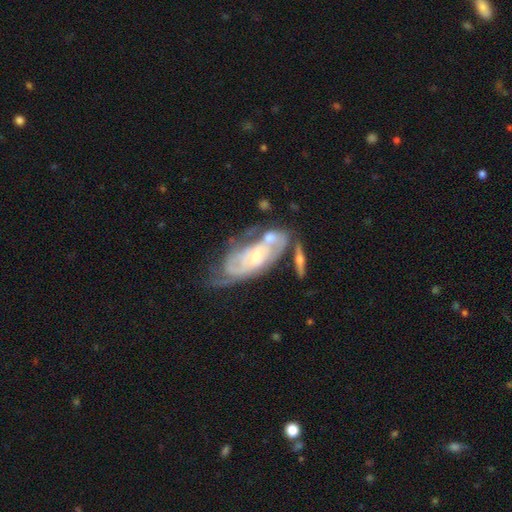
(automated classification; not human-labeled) Morphology: type=featured or disk (79%); edge-on=no (91%); bar=no (66%); spiral arms=yes (88%); winding=tight (60%); arm count=can't tell (44%); bulge=small (54%); merging=none (34%).